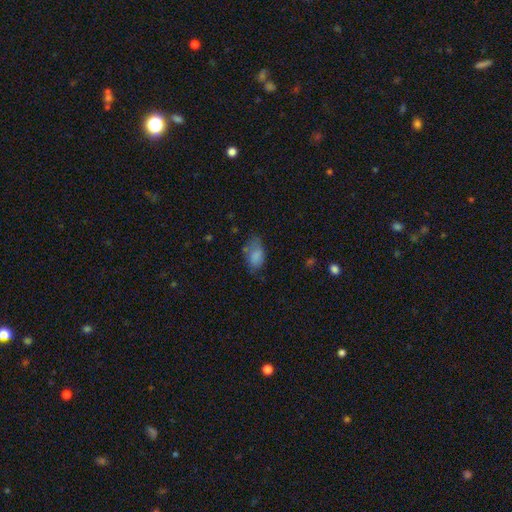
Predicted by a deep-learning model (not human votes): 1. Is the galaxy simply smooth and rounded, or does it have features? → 80% smooth, 11% featured or disk, 9% star or artifact.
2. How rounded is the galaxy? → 90% in between, 8% round, 2% cigar-shaped.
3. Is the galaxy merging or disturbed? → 53% none, 30% minor disturbance, 12% major disturbance, 5% merger.